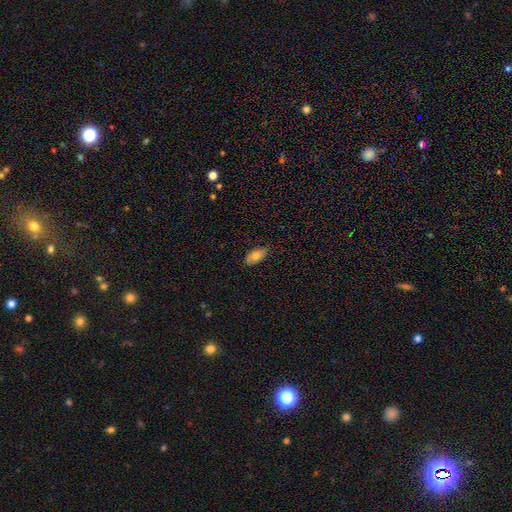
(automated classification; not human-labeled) smooth 79%, featured or disk 14%, star or artifact 7%. Down the decision tree: how rounded — in between (91%); merging — none (83%).